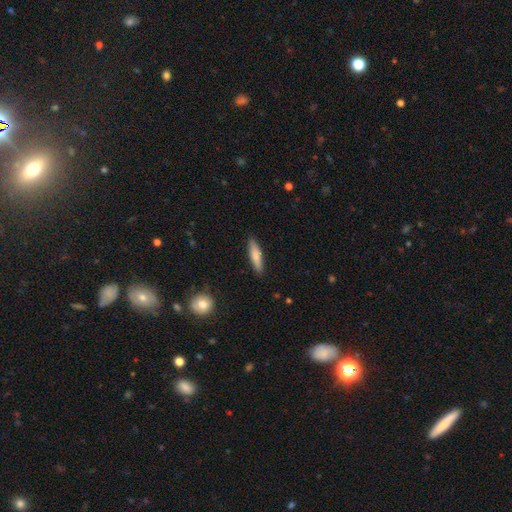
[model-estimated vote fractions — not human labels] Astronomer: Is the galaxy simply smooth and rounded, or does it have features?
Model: smooth — 76%.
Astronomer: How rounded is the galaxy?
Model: cigar-shaped — 78%.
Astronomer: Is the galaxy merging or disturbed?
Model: none — 87%.